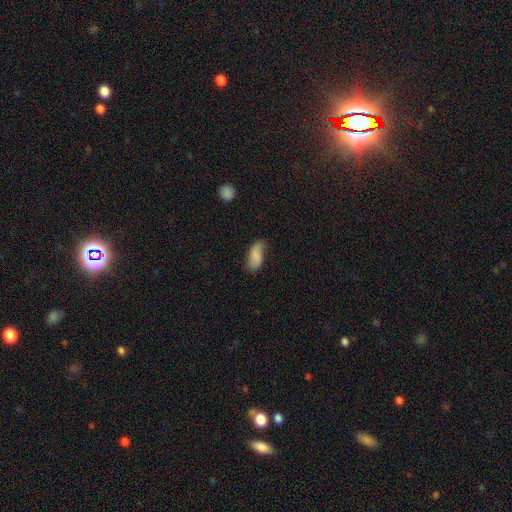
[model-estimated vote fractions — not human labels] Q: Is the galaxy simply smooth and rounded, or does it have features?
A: smooth — 74%.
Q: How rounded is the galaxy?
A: in between — 92%.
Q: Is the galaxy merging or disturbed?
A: none — 52%.